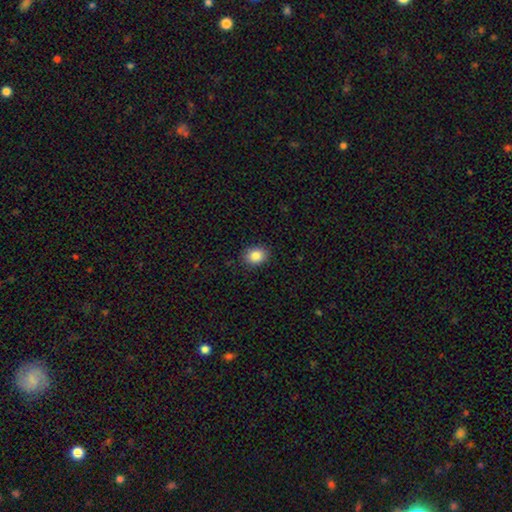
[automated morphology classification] smooth-or-featured: smooth: 85% | star or artifact: 9% | featured or disk: 6%
  how-rounded: in between: 54% | round: 45% | cigar-shaped: 1%
  merging: none: 89% | minor disturbance: 8% | major disturbance: 2% | merger: 1%